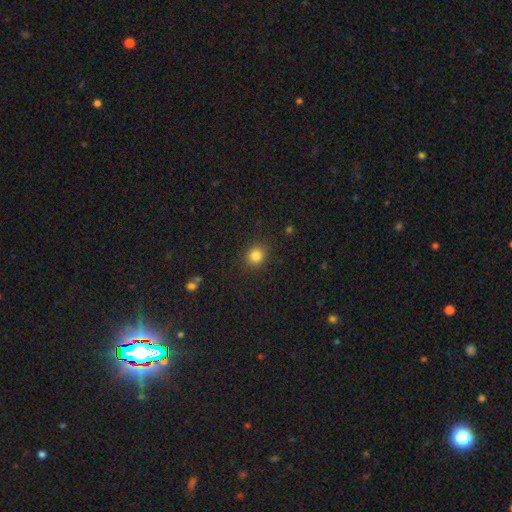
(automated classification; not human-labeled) Morphology: type=smooth (84%); roundness=round (78%); merging=none (89%).